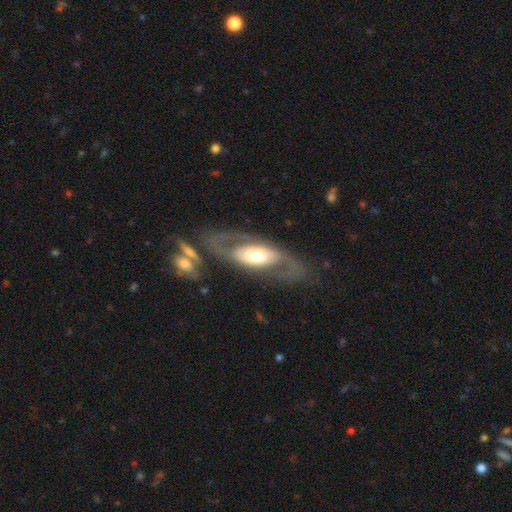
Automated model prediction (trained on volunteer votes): Q: Smooth or featured?
A: featured or disk (71%); runner-up: smooth (23%)
Q: Edge-on disk?
A: no (87%); runner-up: yes (13%)
Q: Bar?
A: no (62%); runner-up: weak (23%)
Q: Spiral arms?
A: yes (63%); runner-up: no (37%)
Q: Bulge size?
A: moderate (49%); runner-up: large (34%)
Q: Merging?
A: none (67%); runner-up: minor disturbance (14%)